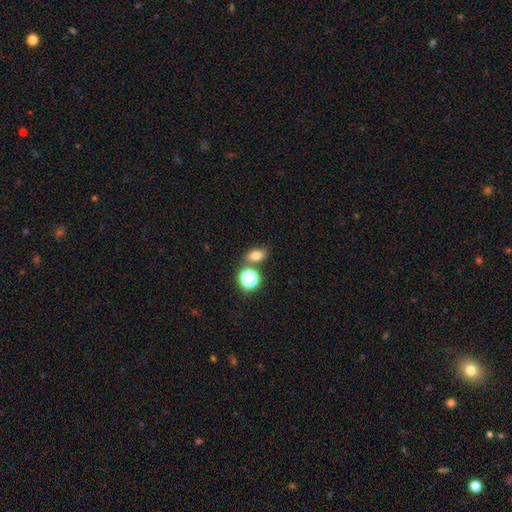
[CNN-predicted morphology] Smooth or featured?
  - smooth: 74% *
  - star or artifact: 17%
  - featured or disk: 9%
How rounded?
  - in between: 69% *
  - round: 29%
  - cigar-shaped: 2%
Merging?
  - none: 69% *
  - merger: 16%
  - minor disturbance: 11%
  - major disturbance: 4%